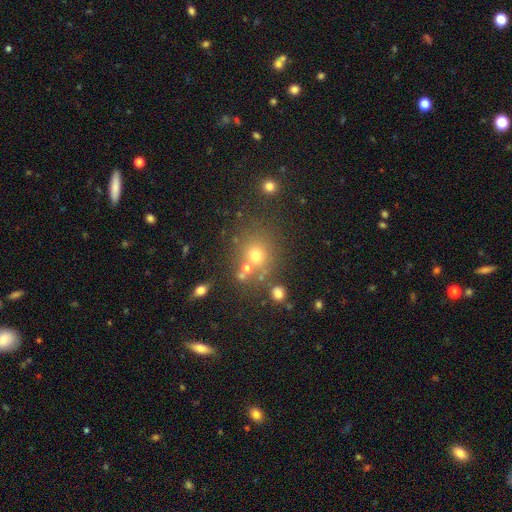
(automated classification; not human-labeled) smooth_or_featured: smooth (p=0.65) [alt: star or artifact p=0.22]
how_rounded: round (p=0.81) [alt: in between p=0.18]
merging: none (p=0.67) [alt: merger p=0.16]